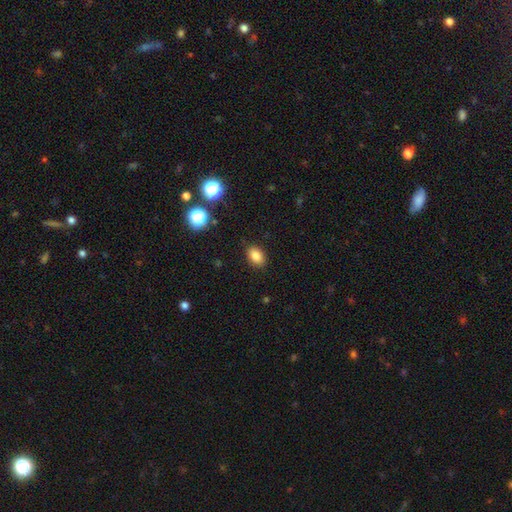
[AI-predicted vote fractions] Smooth or featured? smooth (83%)
How rounded? in between (83%)
Merging? none (87%)